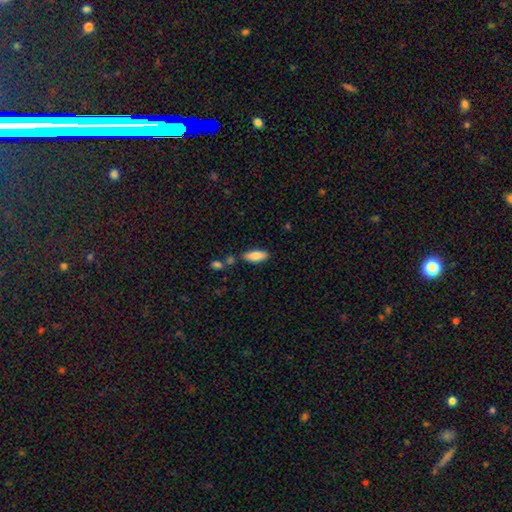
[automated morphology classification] Q: Smooth or featured?
A: smooth (84%); runner-up: featured or disk (10%)
Q: How rounded?
A: in between (72%); runner-up: cigar-shaped (26%)
Q: Merging?
A: none (80%); runner-up: minor disturbance (12%)